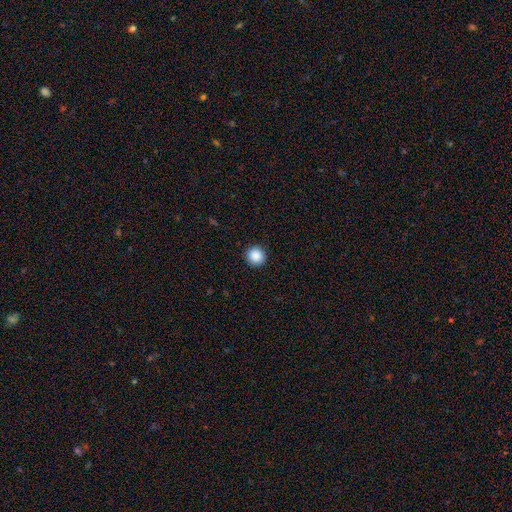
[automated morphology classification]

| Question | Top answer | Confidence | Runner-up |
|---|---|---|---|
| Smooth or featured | smooth | 88% | star or artifact (9%) |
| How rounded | round | 94% | in between (5%) |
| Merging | none | 92% | minor disturbance (5%) |